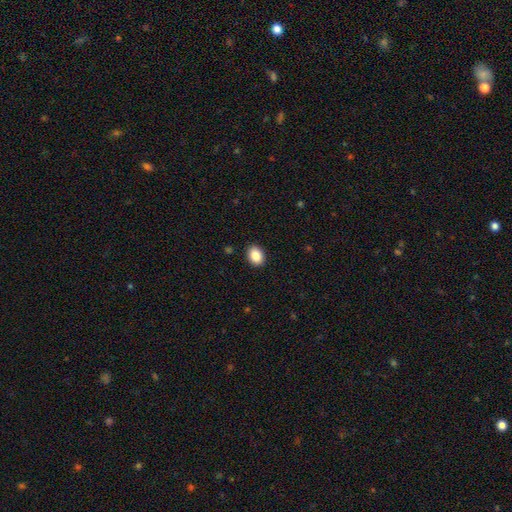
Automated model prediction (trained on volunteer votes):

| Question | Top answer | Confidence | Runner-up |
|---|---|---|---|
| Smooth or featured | smooth | 87% | star or artifact (8%) |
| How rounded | in between | 71% | round (28%) |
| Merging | none | 90% | minor disturbance (7%) |